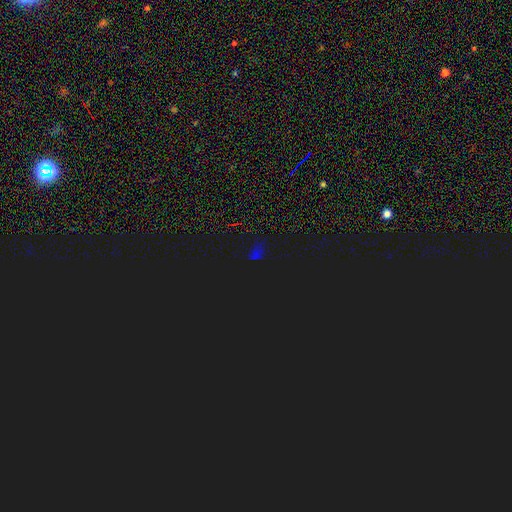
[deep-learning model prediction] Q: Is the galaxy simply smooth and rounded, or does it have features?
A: star or artifact — 74%.